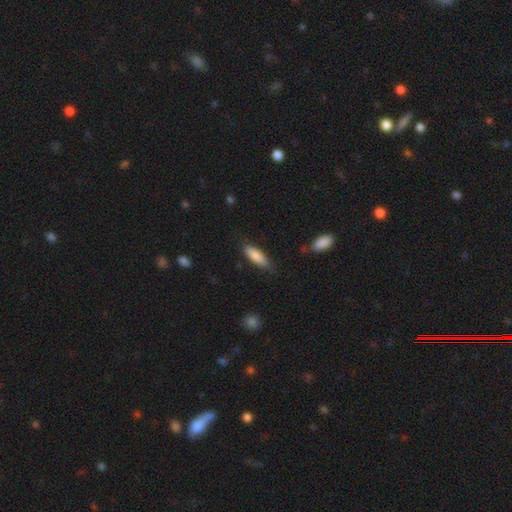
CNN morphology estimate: smooth-or-featured: smooth: 84% | featured or disk: 10% | star or artifact: 6%
  how-rounded: in between: 54% | cigar-shaped: 45% | round: 2%
  merging: none: 77% | minor disturbance: 18% | major disturbance: 4% | merger: 2%